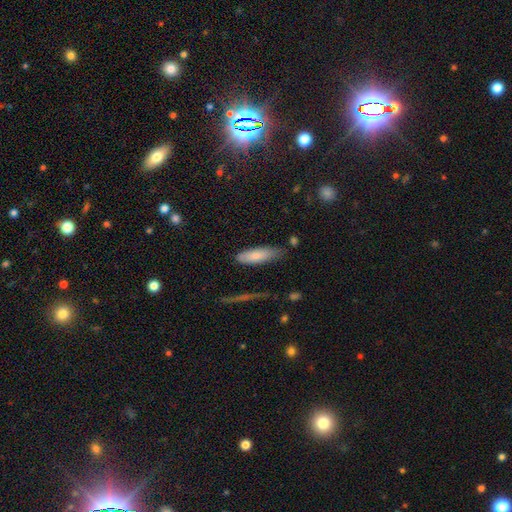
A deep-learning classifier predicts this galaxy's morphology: smooth 77%, featured or disk 16%, star or artifact 6%. Down the decision tree: how rounded — in between (50%); merging — none (68%).